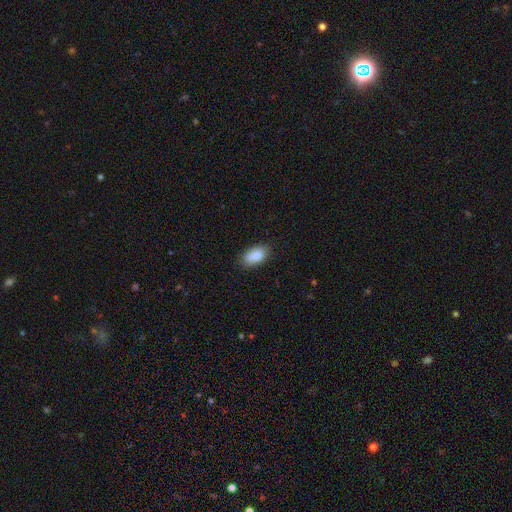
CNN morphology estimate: smooth 85%, featured or disk 8%, star or artifact 7%. Down the decision tree: how rounded — in between (92%); merging — none (81%).